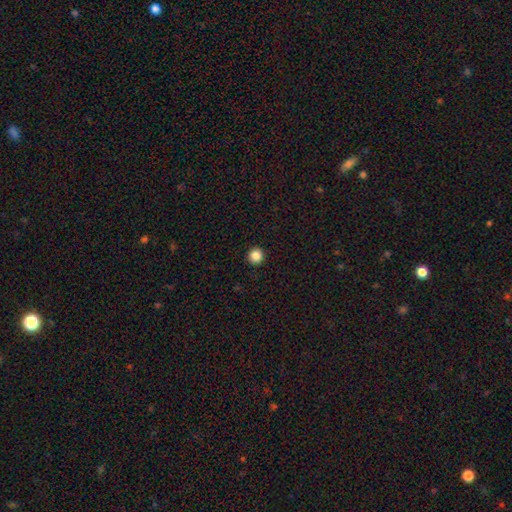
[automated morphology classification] smooth 86%, star or artifact 11%, featured or disk 3%. Down the decision tree: how rounded — round (94%); merging — none (94%).